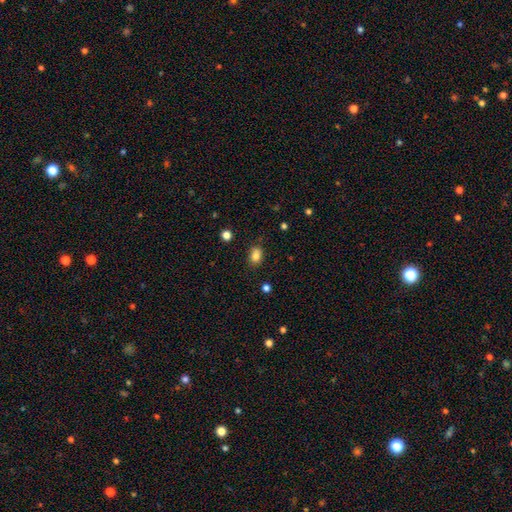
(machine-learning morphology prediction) Smooth or featured? smooth (81%)
How rounded? in between (69%)
Merging? none (72%)